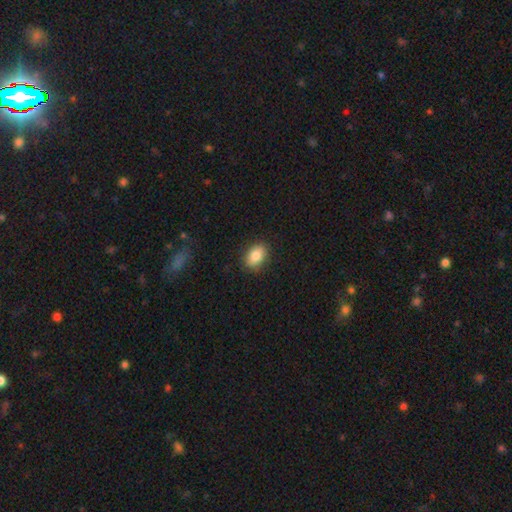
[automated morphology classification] The model was most divided on "how rounded": in between: 82%, round: 16%, cigar-shaped: 2%. More confident: merging — none (86%); smooth or featured — smooth (85%).